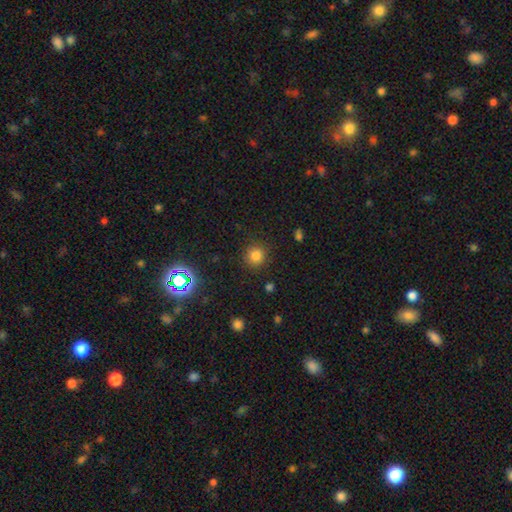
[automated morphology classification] This is clearly a smooth galaxy (80%). How rounded: clearly round (92%). Merging: clearly none (88%).